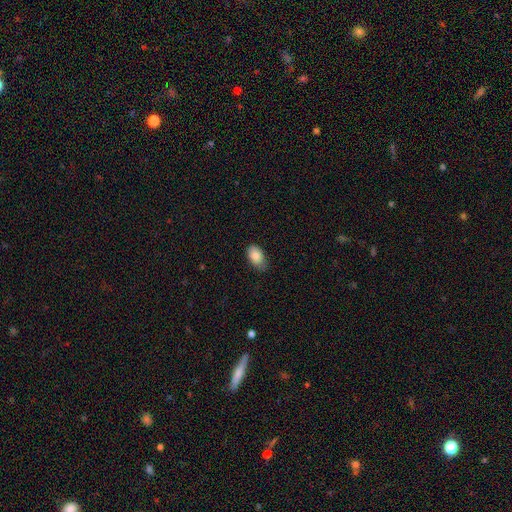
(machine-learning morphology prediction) This appears to be a smooth galaxy with no disk features (87%) that is in between round and cigar-shaped (91%). Merging: none (68%).